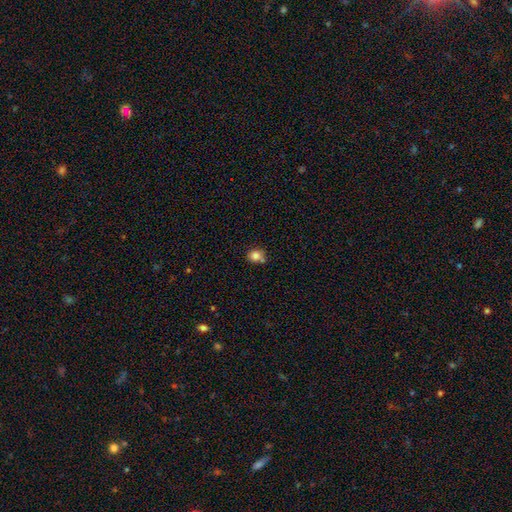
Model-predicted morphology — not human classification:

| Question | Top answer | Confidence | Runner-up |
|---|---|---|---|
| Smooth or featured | smooth | 81% | star or artifact (11%) |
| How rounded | round | 73% | in between (26%) |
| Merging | none | 60% | minor disturbance (18%) |